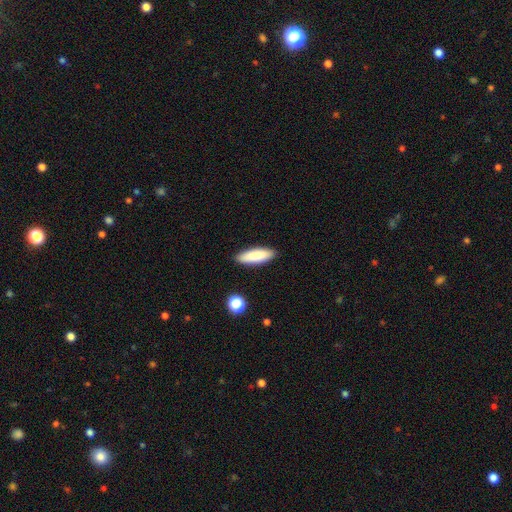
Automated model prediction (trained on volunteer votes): Smooth or featured: smooth — 85% (featured or disk — 9%)
How rounded: in between — 49% (tied with cigar-shaped — 49%)
Merging: none — 89% (minor disturbance — 8%)